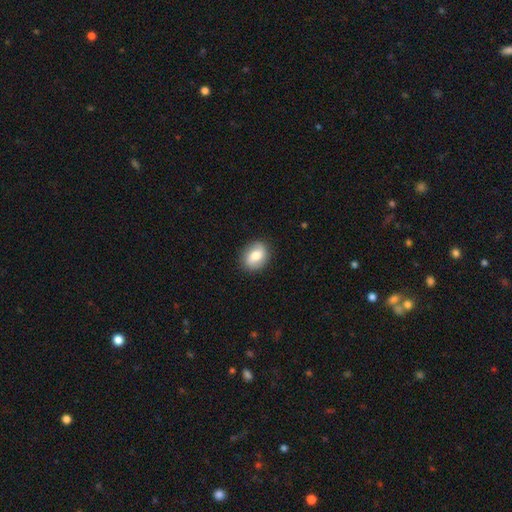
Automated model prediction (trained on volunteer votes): Smooth or featured? smooth (66%)
How rounded? in between (58%)
Merging? none (87%)